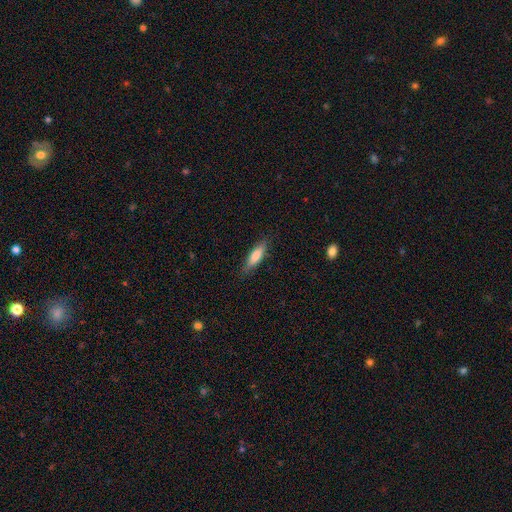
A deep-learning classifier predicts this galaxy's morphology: Smooth or featured: smooth — 78% (featured or disk — 16%)
How rounded: cigar-shaped — 59% (in between — 39%)
Merging: none — 83% (minor disturbance — 13%)